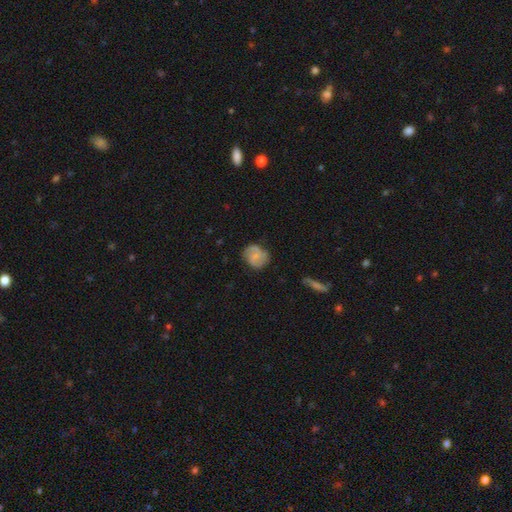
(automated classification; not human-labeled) Q: Smooth or featured?
A: featured or disk (57%); runner-up: smooth (35%)
Q: Edge-on disk?
A: no (98%); runner-up: yes (2%)
Q: Bar?
A: no (53%); runner-up: weak (39%)
Q: Spiral arms?
A: yes (90%); runner-up: no (10%)
Q: Spiral winding?
A: medium (47%); runner-up: tight (30%)
Q: Spiral arm count?
A: 2 (73%); runner-up: can't tell (12%)
Q: Bulge size?
A: small (46%); runner-up: none (36%)
Q: Merging?
A: none (72%); runner-up: minor disturbance (19%)